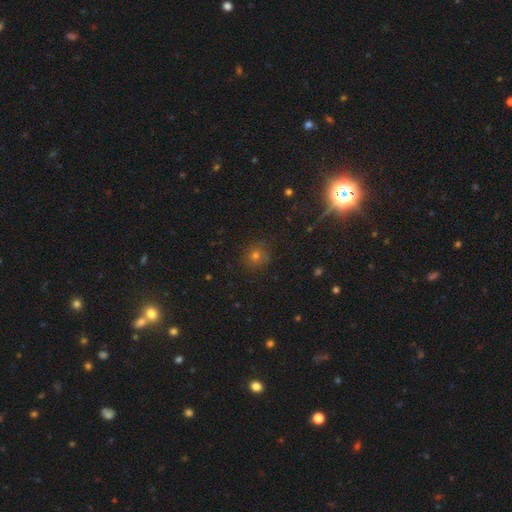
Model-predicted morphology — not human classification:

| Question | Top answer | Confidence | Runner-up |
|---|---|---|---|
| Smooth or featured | smooth | 58% | star or artifact (33%) |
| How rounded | round | 91% | in between (8%) |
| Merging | none | 85% | minor disturbance (10%) |